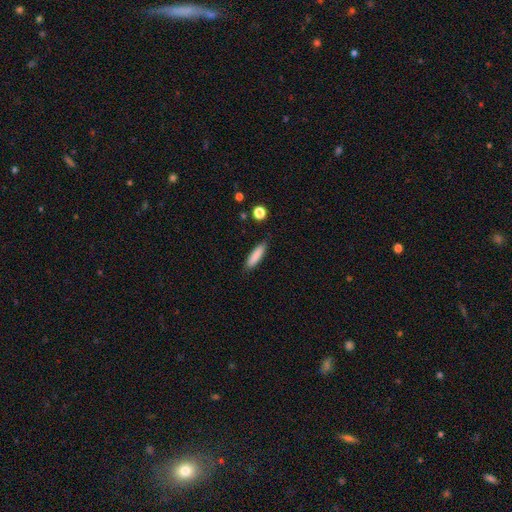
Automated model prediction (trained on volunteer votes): Smooth or featured? Predicted: smooth (p=0.86). How rounded? Predicted: cigar-shaped (p=0.75). Merging? Predicted: none (p=0.87).